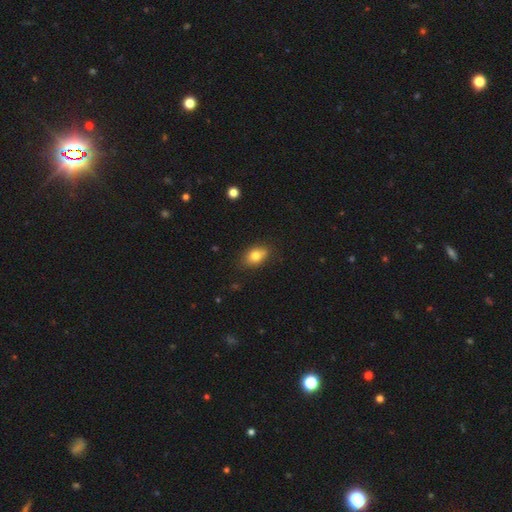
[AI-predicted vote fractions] smooth-or-featured: smooth: 79% | featured or disk: 11% | star or artifact: 10%
  how-rounded: in between: 74% | round: 24% | cigar-shaped: 2%
  merging: none: 74% | minor disturbance: 18% | merger: 5% | major disturbance: 3%